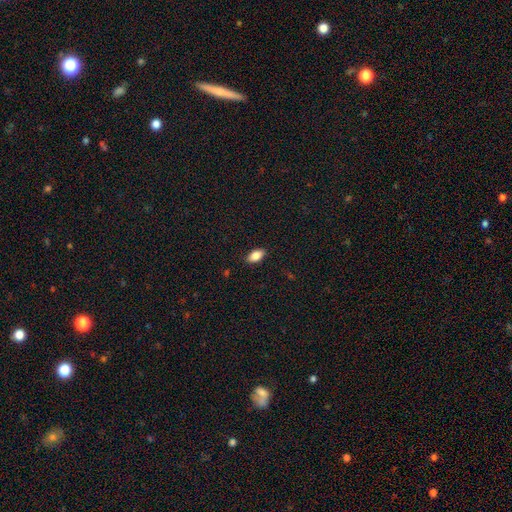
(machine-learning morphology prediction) Smooth or featured: smooth — 84% (featured or disk — 8%)
How rounded: in between — 91% (round — 5%)
Merging: none — 87% (minor disturbance — 10%)